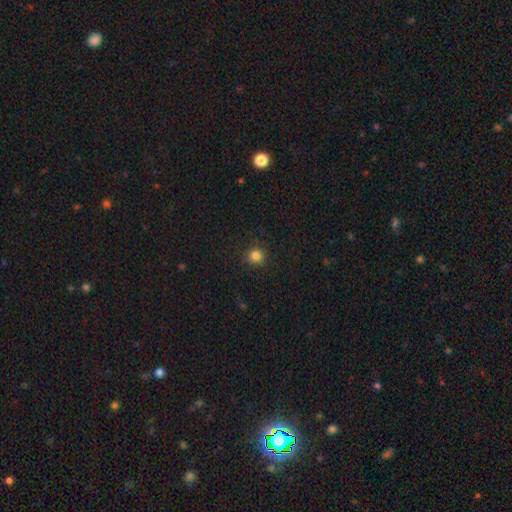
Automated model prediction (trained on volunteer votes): Smooth or featured? Predicted: smooth (p=0.83). How rounded? Predicted: round (p=0.92). Merging? Predicted: none (p=0.89).